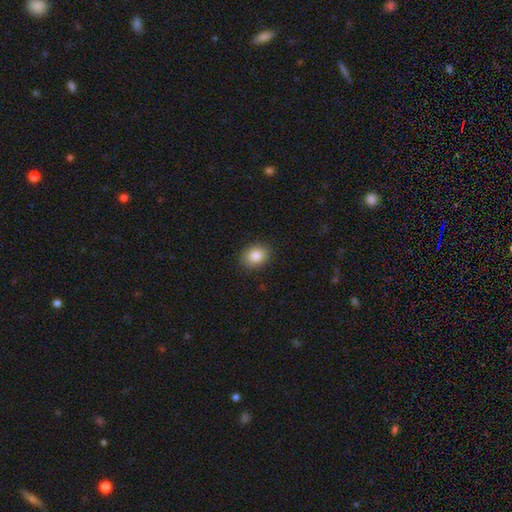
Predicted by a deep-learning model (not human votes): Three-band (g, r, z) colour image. It shows a smooth galaxy with no disk features (86%) that is in between round and cigar-shaped (53%). Merging: none (89%).